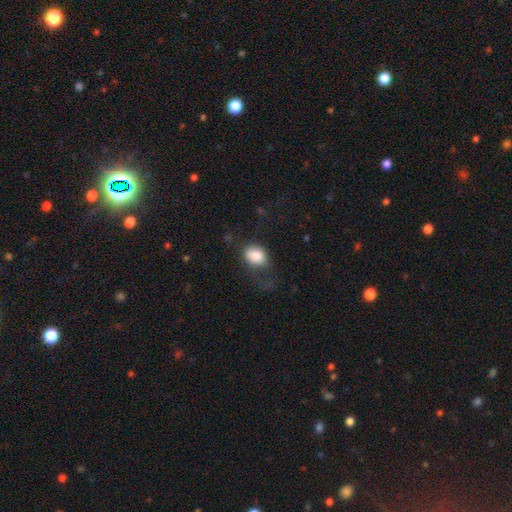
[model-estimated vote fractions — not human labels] A smooth galaxy with no disk features (82%) that is in between round and cigar-shaped (59%). Merging: none (46%).